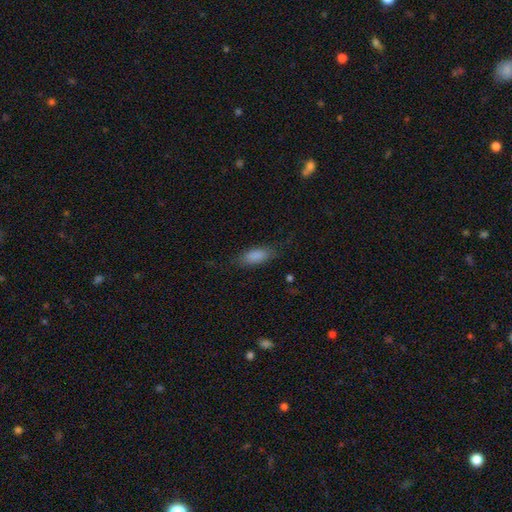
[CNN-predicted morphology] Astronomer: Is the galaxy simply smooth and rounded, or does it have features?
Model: smooth — 85%.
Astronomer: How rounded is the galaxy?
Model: in between — 80%.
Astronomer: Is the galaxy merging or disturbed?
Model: none — 75%.